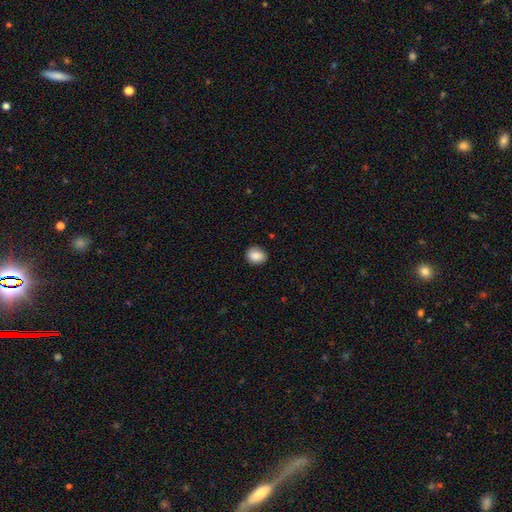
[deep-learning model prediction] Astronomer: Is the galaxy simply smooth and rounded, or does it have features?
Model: smooth — 88%.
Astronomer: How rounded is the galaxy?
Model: round — 53% (runner-up: in between, 46%).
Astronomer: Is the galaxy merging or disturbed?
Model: none — 84%.